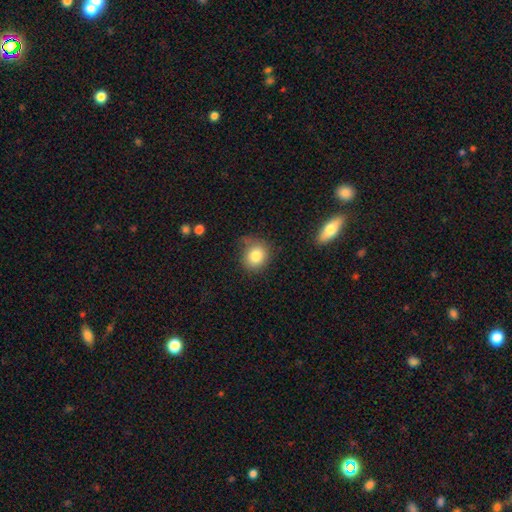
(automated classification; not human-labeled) The model was most divided on "merging": none: 67%, minor disturbance: 23%, major disturbance: 7%, merger: 3%. More confident: smooth or featured — smooth (83%); how rounded — round (76%).